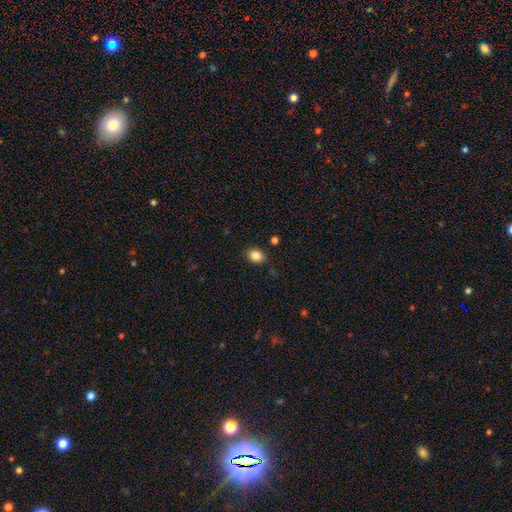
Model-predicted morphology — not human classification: Q: Smooth or featured?
A: smooth (84%); runner-up: star or artifact (10%)
Q: How rounded?
A: in between (61%); runner-up: round (38%)
Q: Merging?
A: none (85%); runner-up: minor disturbance (10%)